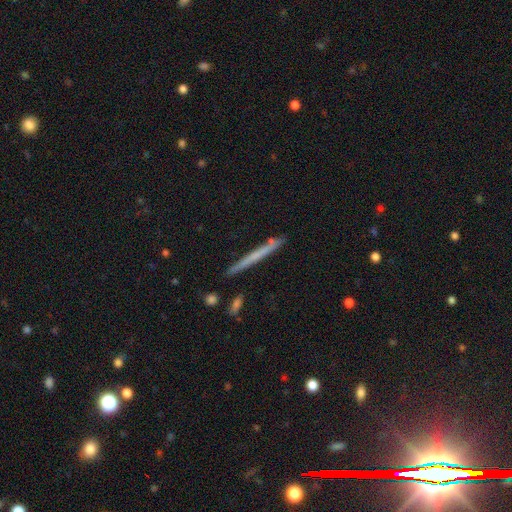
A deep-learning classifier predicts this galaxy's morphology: type=smooth (48%); merging=none (87%).